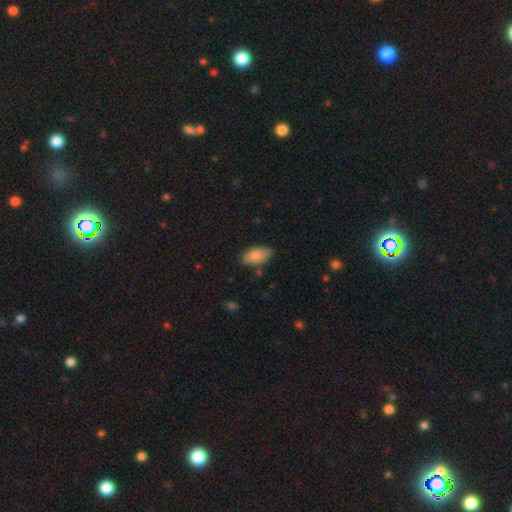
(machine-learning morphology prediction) Q: Smooth or featured?
A: smooth (84%); runner-up: featured or disk (10%)
Q: How rounded?
A: in between (94%); runner-up: round (3%)
Q: Merging?
A: none (76%); runner-up: minor disturbance (19%)